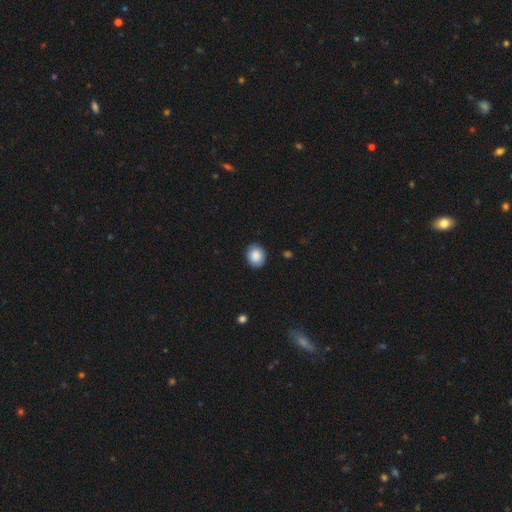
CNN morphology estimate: This is clearly a smooth galaxy (88%). How rounded: likely round (61%). Merging: clearly none (88%).